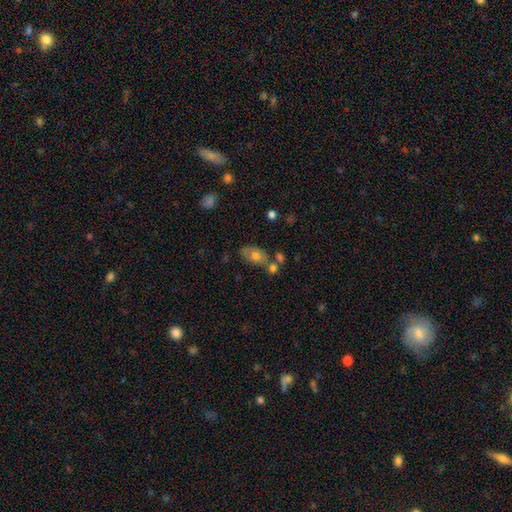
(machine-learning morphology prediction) smooth_or_featured: smooth (p=0.69) [alt: featured or disk p=0.22]
how_rounded: in between (p=0.87) [alt: round p=0.11]
merging: none (p=0.52) [alt: merger p=0.24]